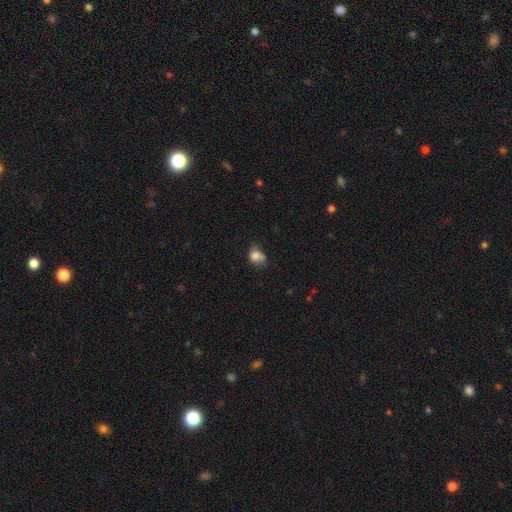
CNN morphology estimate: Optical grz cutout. It shows a smooth galaxy with no disk features (72%) that is in between round and cigar-shaped (54%). Merging: none (34%).